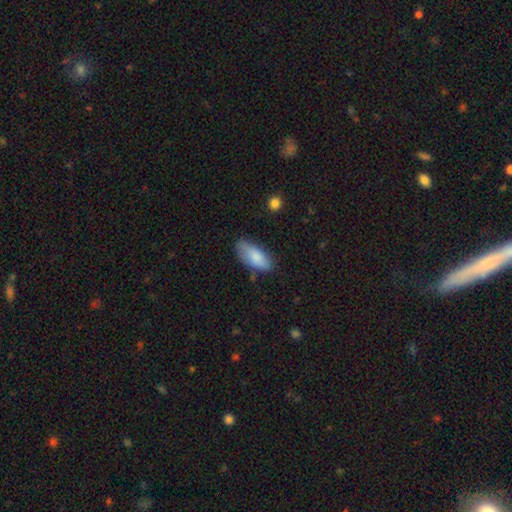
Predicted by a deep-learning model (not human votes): Q: Smooth or featured?
A: smooth (79%); runner-up: featured or disk (14%)
Q: How rounded?
A: in between (82%); runner-up: cigar-shaped (16%)
Q: Merging?
A: none (71%); runner-up: minor disturbance (24%)